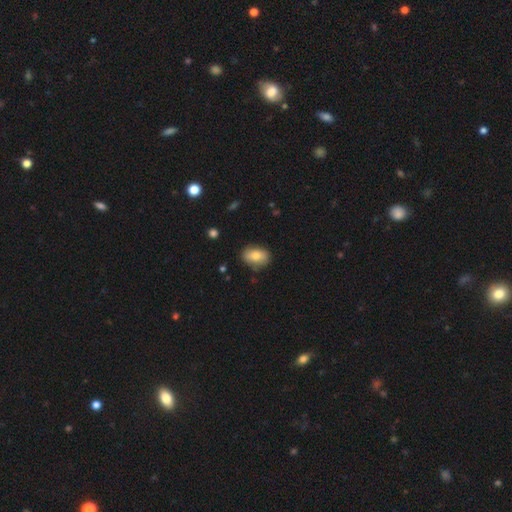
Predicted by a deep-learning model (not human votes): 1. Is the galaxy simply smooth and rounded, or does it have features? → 77% smooth, 15% featured or disk, 8% star or artifact.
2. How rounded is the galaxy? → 82% in between, 17% round, 2% cigar-shaped.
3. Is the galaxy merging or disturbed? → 79% none, 16% minor disturbance, 3% major disturbance, 1% merger.